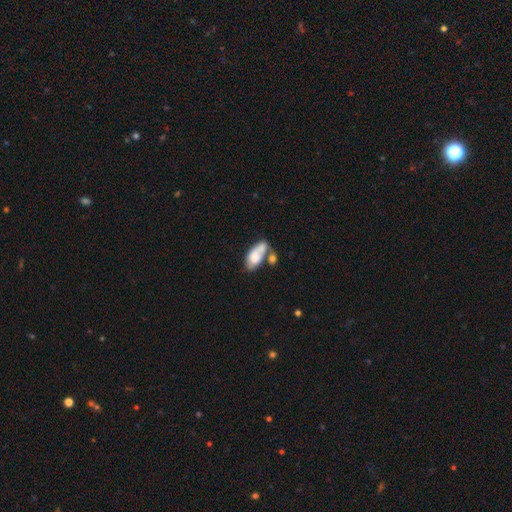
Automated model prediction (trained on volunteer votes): Morphology: type=smooth (69%); roundness=in between (91%); merging=merger (47%).